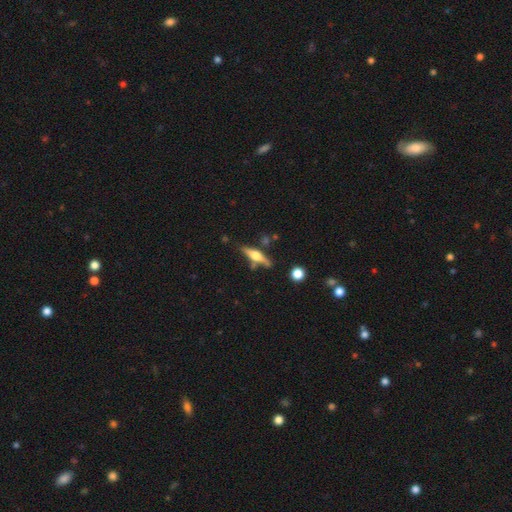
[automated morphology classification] This is likely a featured or disk galaxy (65%). It is clearly viewed edge-on (96%). Edge-on bulge: clearly rounded (92%). Merging: likely none (76%).